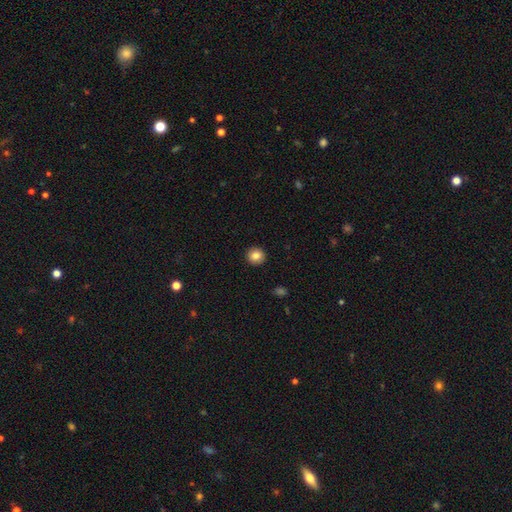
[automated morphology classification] Smooth or featured?
  - smooth: 85% *
  - star or artifact: 9%
  - featured or disk: 6%
How rounded?
  - round: 93% *
  - in between: 6%
  - cigar-shaped: 1%
Merging?
  - none: 93% *
  - minor disturbance: 5%
  - major disturbance: 1%
  - merger: 1%